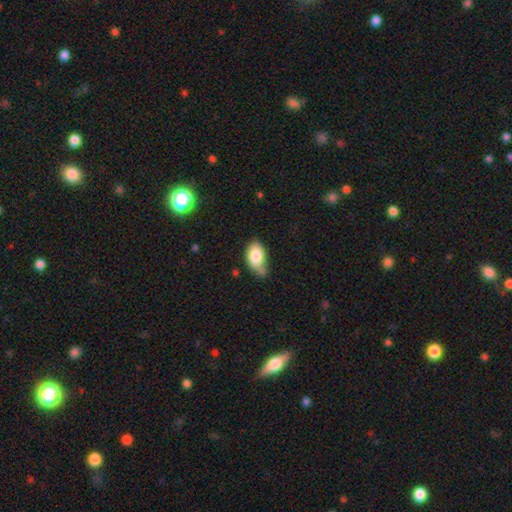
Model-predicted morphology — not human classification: This appears to be a smooth galaxy with no disk features (82%) that is in between round and cigar-shaped (91%). Merging: none (45%).